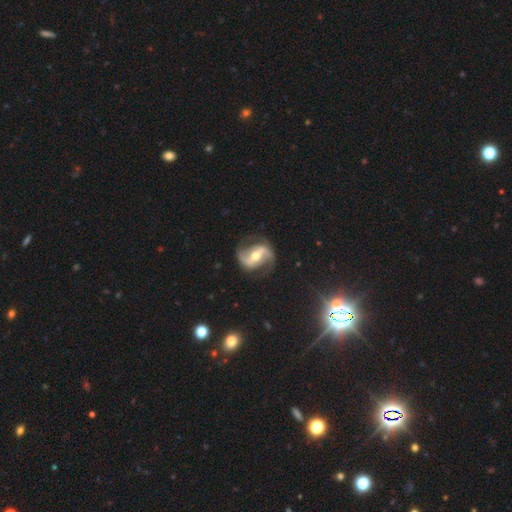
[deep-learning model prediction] The model was most divided on "spiral winding": medium: 45%, loose: 40%, tight: 15%. More confident: edge-on disk — no (96%); spiral arms — yes (94%); spiral arm count — 2 (92%); smooth or featured — featured or disk (88%); merging — none (79%); bulge size — moderate (69%); bar — strong (53%).